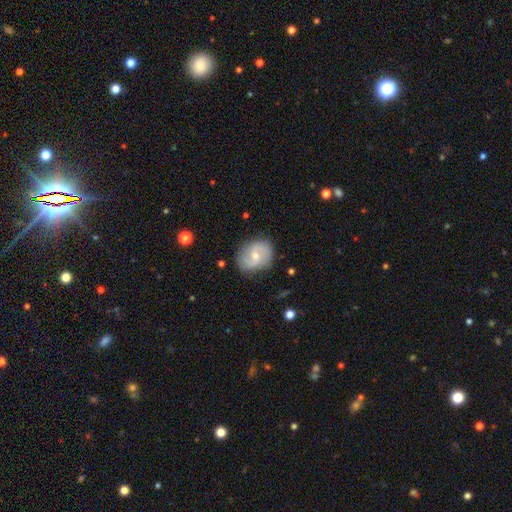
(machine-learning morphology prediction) The model was most divided on "bulge size": small: 51%, moderate: 46%, none: 2%, large: 2%, dominant: 1%. Remaining: edge-on disk — no (97%); spiral arms — yes (89%); spiral arm count — 2 (88%); merging — none (80%); smooth or featured — featured or disk (68%); bar — no (51%); spiral winding — medium (45%).